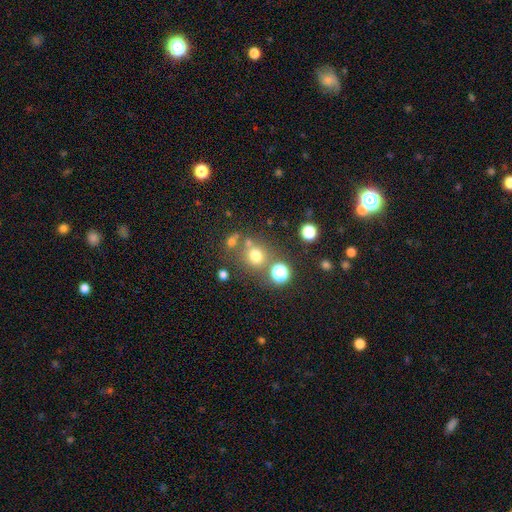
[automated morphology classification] Overall: smooth (69%). How rounded: round (85%). Merging: none (69%).